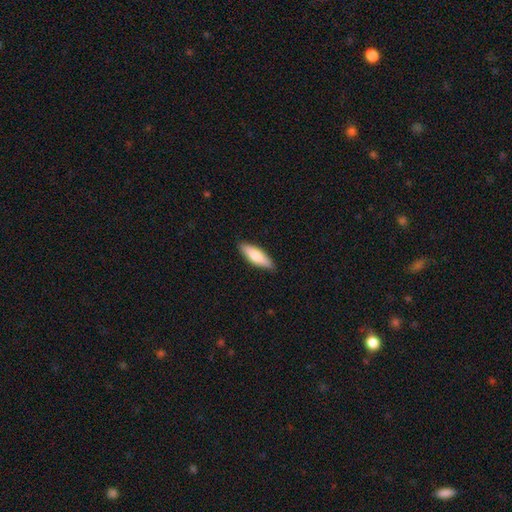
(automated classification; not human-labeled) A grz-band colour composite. It shows a smooth galaxy with no disk features (77%) that is in between round and cigar-shaped (52%). Merging: none (87%).